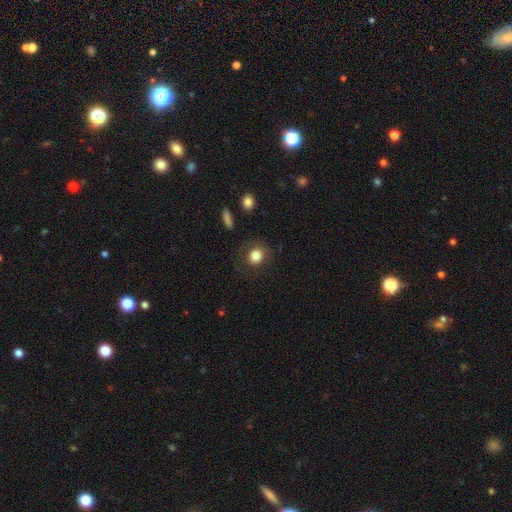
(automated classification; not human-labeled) Q: Smooth or featured?
A: smooth (81%); runner-up: featured or disk (10%)
Q: How rounded?
A: round (80%); runner-up: in between (19%)
Q: Merging?
A: none (78%); runner-up: minor disturbance (13%)